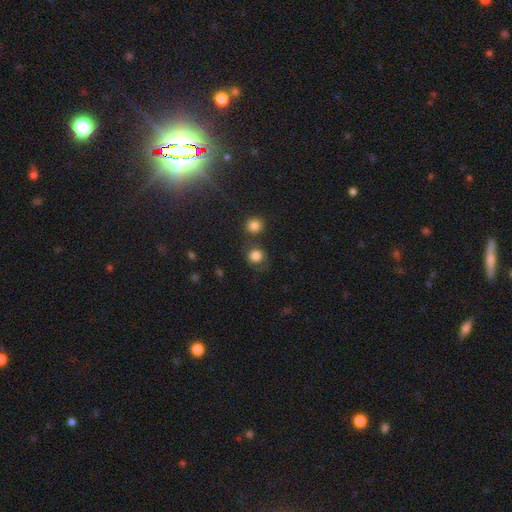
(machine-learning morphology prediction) This is clearly a smooth galaxy (82%). How rounded: clearly round (83%). Merging: likely none (69%).